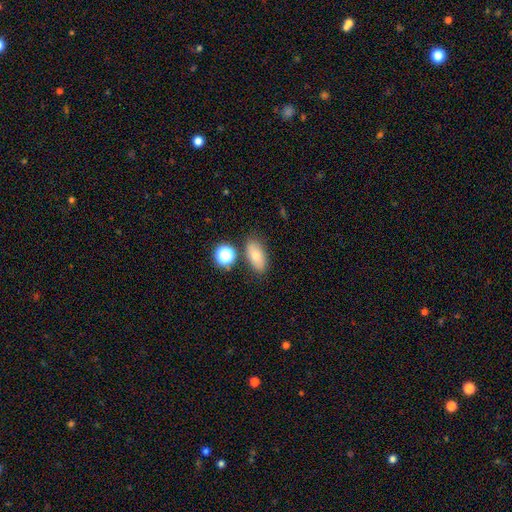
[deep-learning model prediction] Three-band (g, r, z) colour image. It shows a smooth galaxy with no disk features (71%) that is in between round and cigar-shaped (82%). Merging: none (78%).